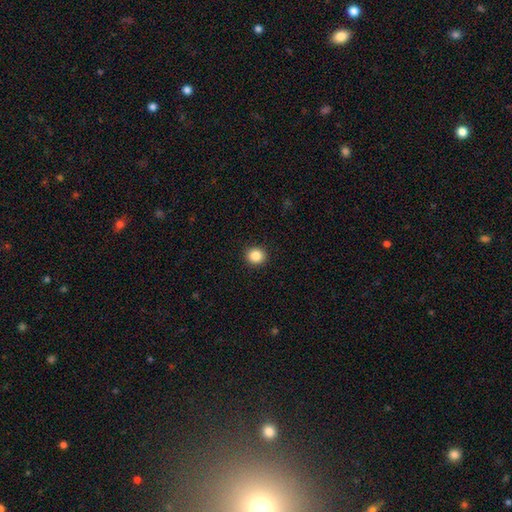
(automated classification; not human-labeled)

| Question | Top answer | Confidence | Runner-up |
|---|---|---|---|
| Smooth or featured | smooth | 86% | star or artifact (10%) |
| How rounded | round | 87% | in between (12%) |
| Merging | none | 92% | minor disturbance (5%) |